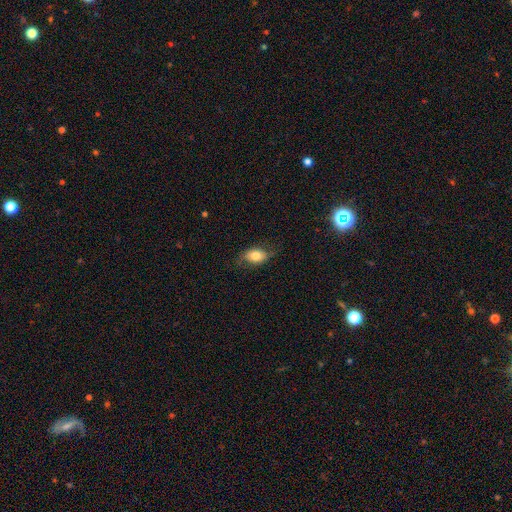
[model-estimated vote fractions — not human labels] Morphology: type=smooth (68%); roundness=in between (85%); merging=none (67%).